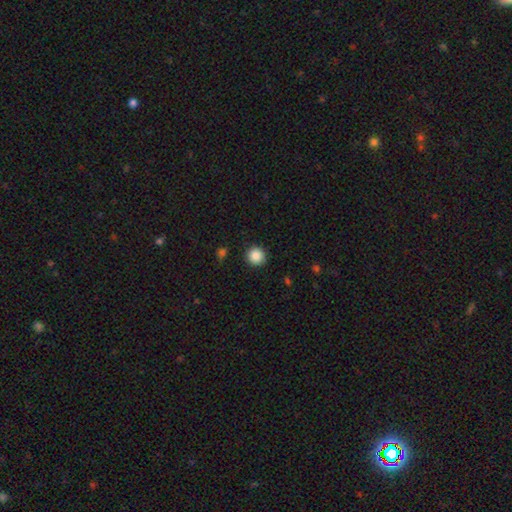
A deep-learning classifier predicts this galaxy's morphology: smooth 87%, star or artifact 9%, featured or disk 3%. Down the decision tree: how rounded — round (95%); merging — none (91%).